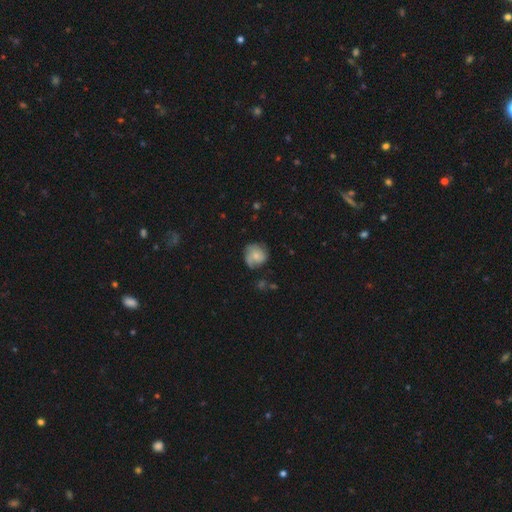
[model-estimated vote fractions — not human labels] Overall: smooth (56%; featured or disk 36%). How rounded: round (82%). Merging: none (61%; minor disturbance 26%).